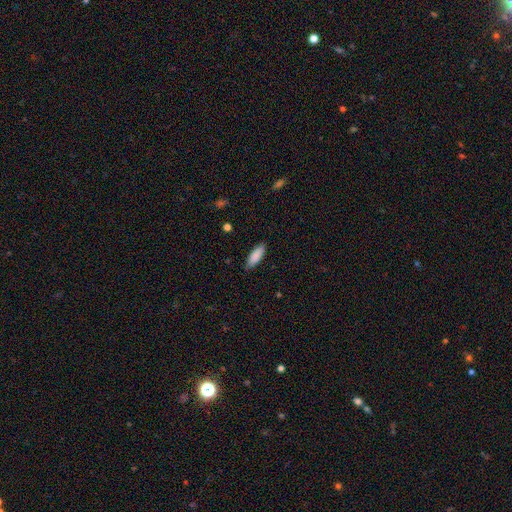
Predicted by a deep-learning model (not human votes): smooth_or_featured: smooth (p=0.88) [alt: featured or disk p=0.06]
how_rounded: in between (p=0.65) [alt: cigar-shaped p=0.34]
merging: none (p=0.85) [alt: minor disturbance p=0.12]